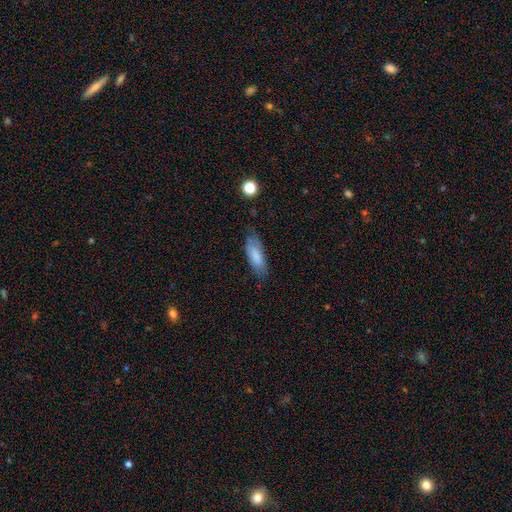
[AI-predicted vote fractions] Smooth or featured?
  - smooth: 76% *
  - featured or disk: 17%
  - star or artifact: 7%
How rounded?
  - in between: 70% *
  - cigar-shaped: 28%
  - round: 2%
Merging?
  - none: 62% *
  - minor disturbance: 27%
  - major disturbance: 8%
  - merger: 2%